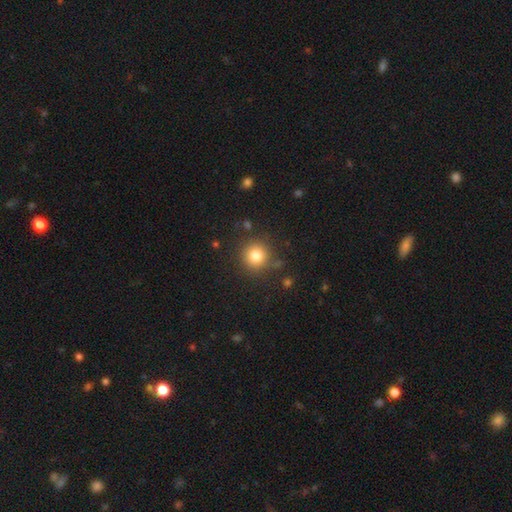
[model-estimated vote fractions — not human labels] A smooth galaxy with no disk features (80%) that is round (93%). Merging: none (85%).